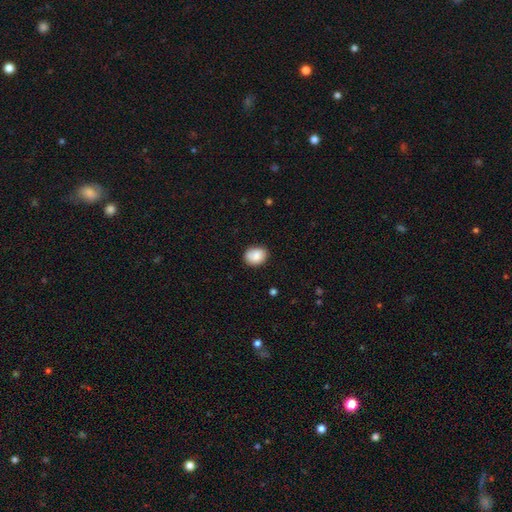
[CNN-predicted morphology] smooth_or_featured: smooth (p=0.85) [alt: star or artifact p=0.08]
how_rounded: in between (p=0.53) [alt: round p=0.46]
merging: none (p=0.79) [alt: minor disturbance p=0.17]